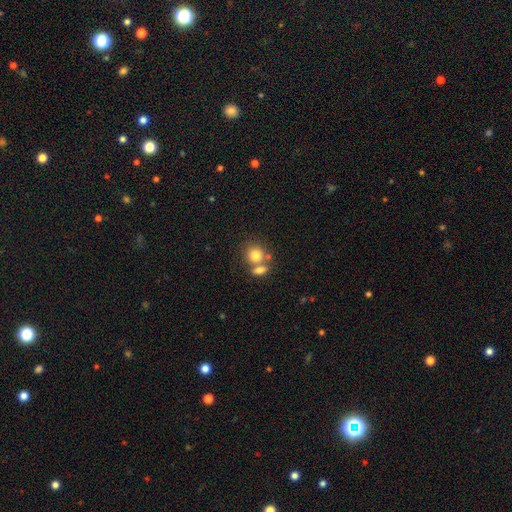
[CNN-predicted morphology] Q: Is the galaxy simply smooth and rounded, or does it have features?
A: smooth — 80%.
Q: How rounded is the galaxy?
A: round — 75%.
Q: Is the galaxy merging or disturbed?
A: none — 45%.